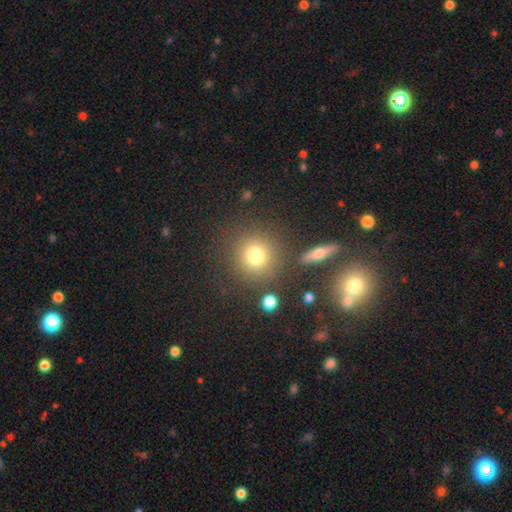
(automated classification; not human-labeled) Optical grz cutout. It shows a smooth galaxy with no disk features (77%) that is round (91%). Merging: none (81%).